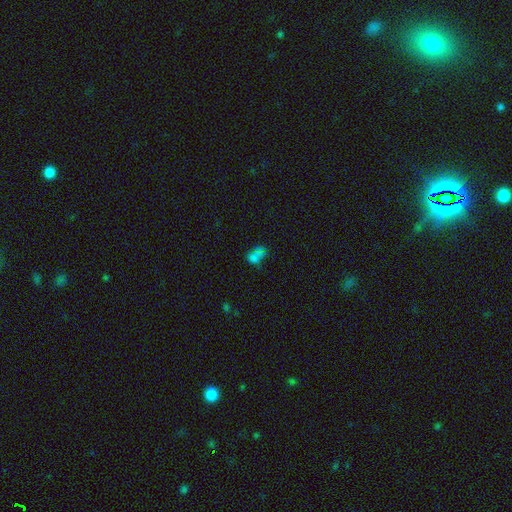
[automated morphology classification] Smooth or featured? Predicted: smooth (p=0.61). How rounded? Predicted: in between (p=0.71). Merging? Predicted: merger (p=0.37).